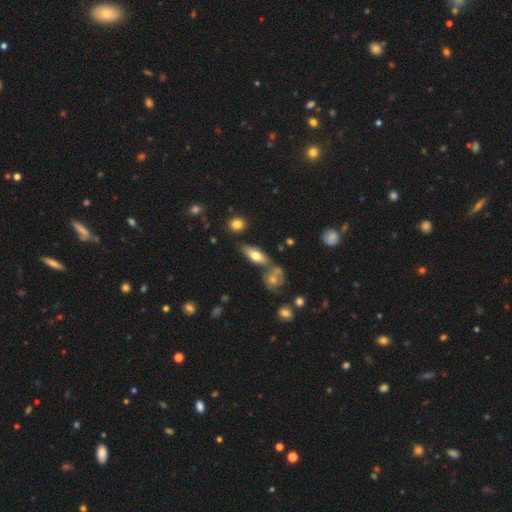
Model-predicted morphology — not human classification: Smooth or featured: smooth — 62% (featured or disk — 30%)
How rounded: in between — 70% (cigar-shaped — 26%)
Merging: none — 63% (merger — 19%)